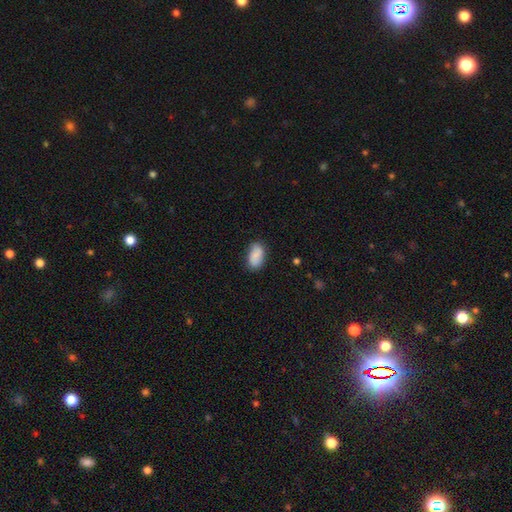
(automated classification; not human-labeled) Q: Smooth or featured?
A: smooth (85%); runner-up: featured or disk (9%)
Q: How rounded?
A: in between (92%); runner-up: round (5%)
Q: Merging?
A: none (78%); runner-up: minor disturbance (16%)